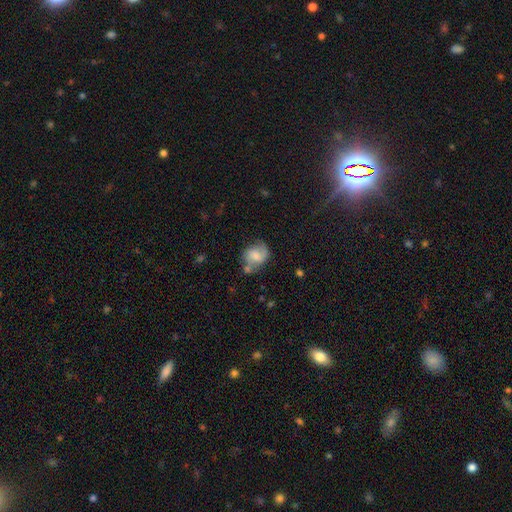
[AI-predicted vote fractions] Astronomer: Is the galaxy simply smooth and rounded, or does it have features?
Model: featured or disk — 47% (runner-up: smooth, 45%).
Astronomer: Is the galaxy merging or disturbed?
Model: none — 54%.